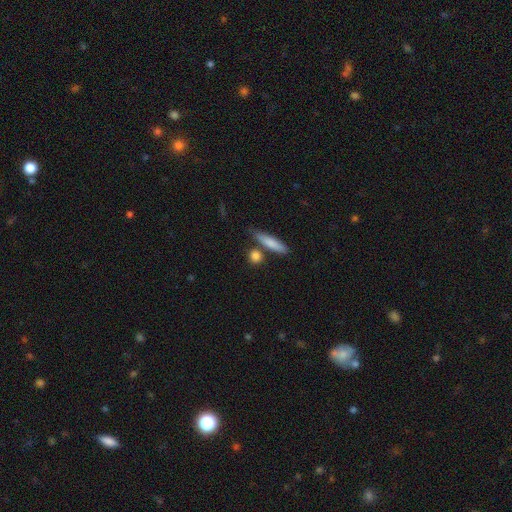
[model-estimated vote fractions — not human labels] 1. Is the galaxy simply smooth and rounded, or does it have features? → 82% smooth, 10% featured or disk, 8% star or artifact.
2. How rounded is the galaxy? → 49% round, 28% cigar-shaped, 23% in between.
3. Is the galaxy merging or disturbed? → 74% none, 11% merger, 11% minor disturbance, 4% major disturbance.